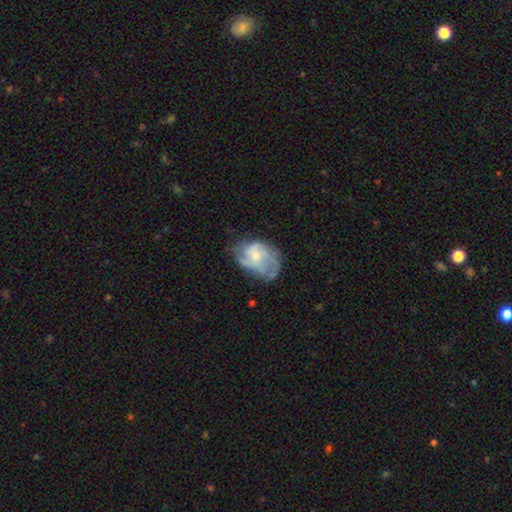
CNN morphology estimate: smooth-or-featured: featured or disk: 70% | smooth: 23% | star or artifact: 7%
  disk-edge-on: no: 98% | yes: 2%
    bar: no: 70% | weak: 27% | strong: 3%
    has-spiral-arms: yes: 83% | no: 17%
      spiral-winding: medium: 45% | tight: 30% | loose: 25%
      spiral-arm-count: can't tell: 30% | 3: 26% | 2: 26% | 4: 9% | 1: 5% | more than 4: 4%
    bulge-size: small: 52% | moderate: 40% | none: 4% | large: 2% | dominant: 1%
  merging: none: 50% | minor disturbance: 28% | major disturbance: 19% | merger: 2%